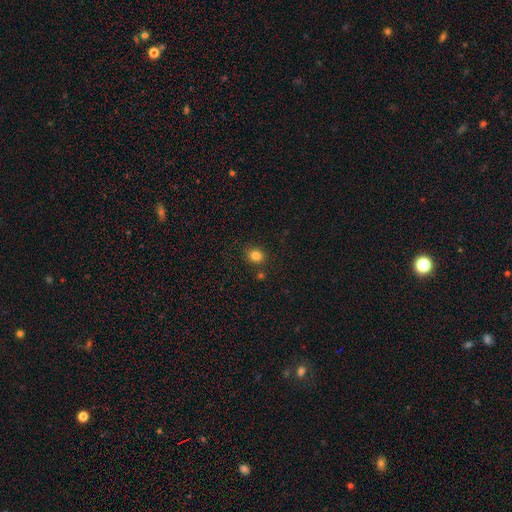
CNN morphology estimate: smooth_or_featured: smooth (p=0.83) [alt: star or artifact p=0.12]
how_rounded: round (p=0.62) [alt: in between p=0.37]
merging: none (p=0.80) [alt: minor disturbance p=0.11]